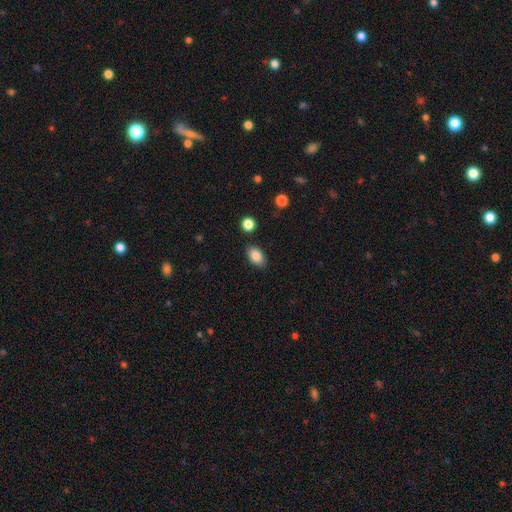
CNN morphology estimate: A smooth galaxy with no disk features (86%) that is in between round and cigar-shaped (90%).

Vote fractions:
- Smooth or featured? smooth: 86% / star or artifact: 8% / featured or disk: 6%
- How rounded? in between: 90% / round: 8% / cigar-shaped: 2%
- Merging? none: 85% / minor disturbance: 10% / major disturbance: 2% / merger: 2%